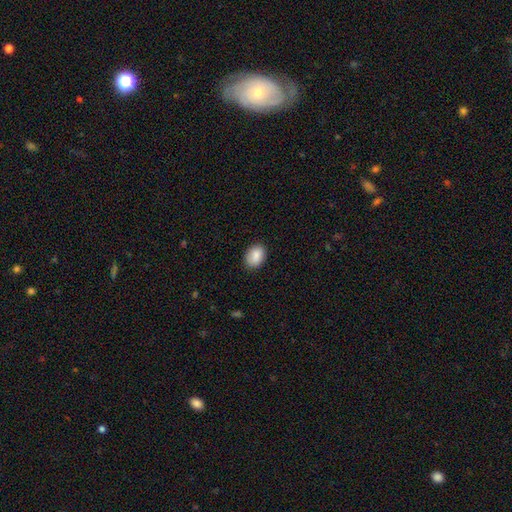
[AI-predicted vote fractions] smooth 88%, star or artifact 7%, featured or disk 5%. Down the decision tree: how rounded — in between (75%); merging — none (86%).